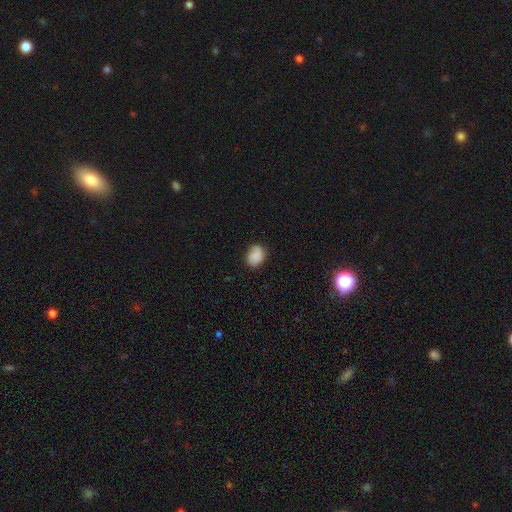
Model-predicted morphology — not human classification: A smooth galaxy with no disk features (75%) that is in between round and cigar-shaped (65%).

Vote fractions:
- Smooth or featured? smooth: 75% / featured or disk: 15% / star or artifact: 9%
- How rounded? in between: 65% / round: 34% / cigar-shaped: 1%
- Merging? none: 71% / minor disturbance: 22% / major disturbance: 5% / merger: 1%